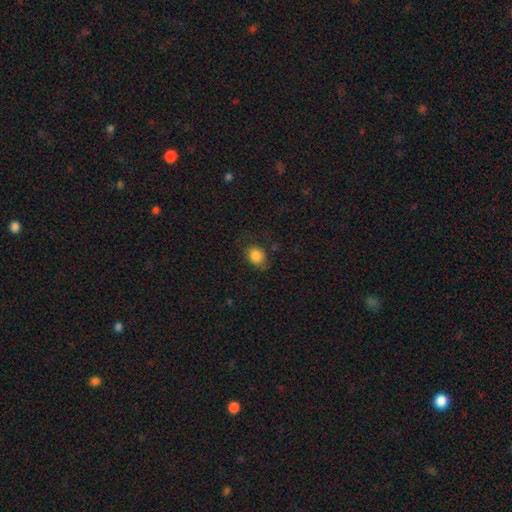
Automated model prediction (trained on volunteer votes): Smooth or featured: smooth — 84% (star or artifact — 10%)
How rounded: in between — 51% (round — 48%)
Merging: none — 67% (minor disturbance — 23%)